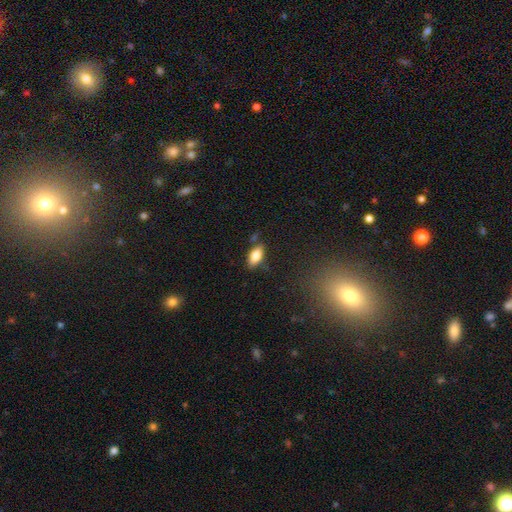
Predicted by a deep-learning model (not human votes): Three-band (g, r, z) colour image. It shows a smooth galaxy with no disk features (75%) that is in between round and cigar-shaped (87%). Merging: none (77%).